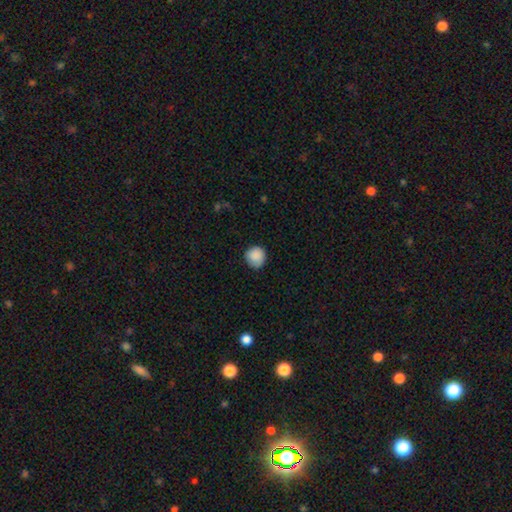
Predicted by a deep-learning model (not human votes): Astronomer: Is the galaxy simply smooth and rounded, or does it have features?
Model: smooth — 89%.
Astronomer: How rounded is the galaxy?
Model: round — 92%.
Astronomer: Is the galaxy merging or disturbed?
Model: none — 80%.